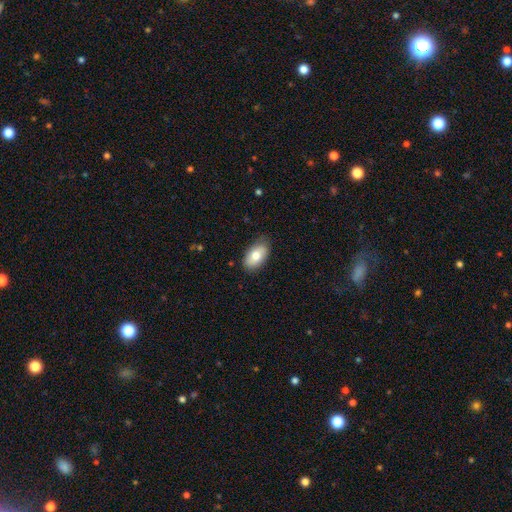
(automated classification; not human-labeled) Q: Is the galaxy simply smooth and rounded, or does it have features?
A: smooth — 76%.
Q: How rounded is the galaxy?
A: in between — 93%.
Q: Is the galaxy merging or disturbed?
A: none — 79%.